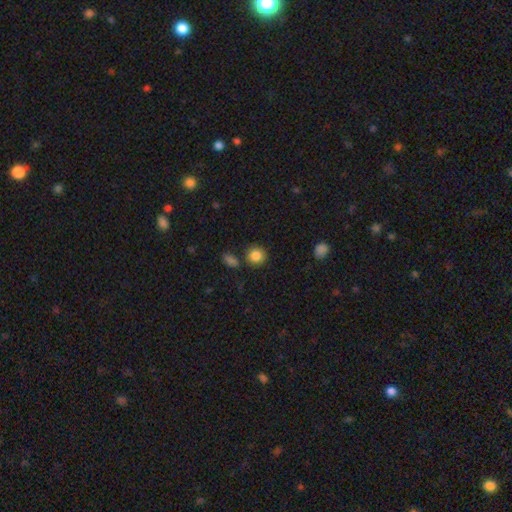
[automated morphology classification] Overall: smooth (86%). How rounded: round (89%). Merging: none (81%).